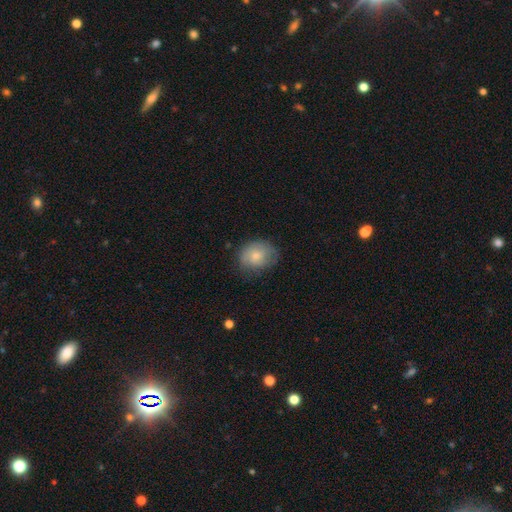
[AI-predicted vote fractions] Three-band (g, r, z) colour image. It shows a smooth galaxy with no disk features (71%) that is round (53%). Merging: none (65%).